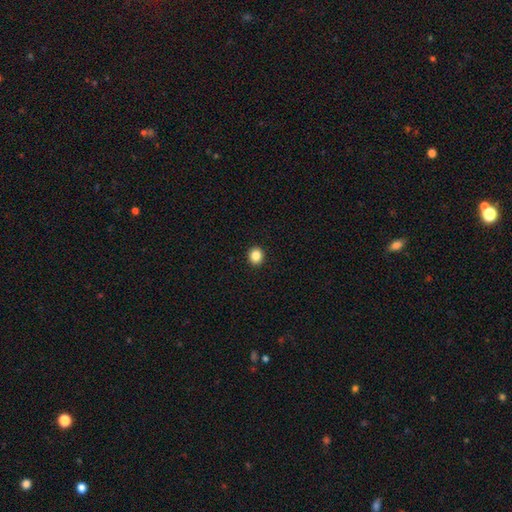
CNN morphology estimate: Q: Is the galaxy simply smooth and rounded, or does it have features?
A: smooth — 86%.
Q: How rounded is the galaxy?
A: round — 83%.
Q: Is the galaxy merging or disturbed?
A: none — 93%.